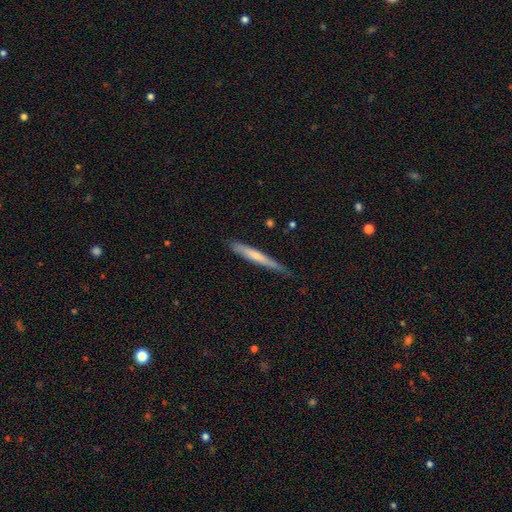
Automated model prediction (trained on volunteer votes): A smooth galaxy with no disk features (58%) that is cigar-shaped (96%). Merging: none (77%).